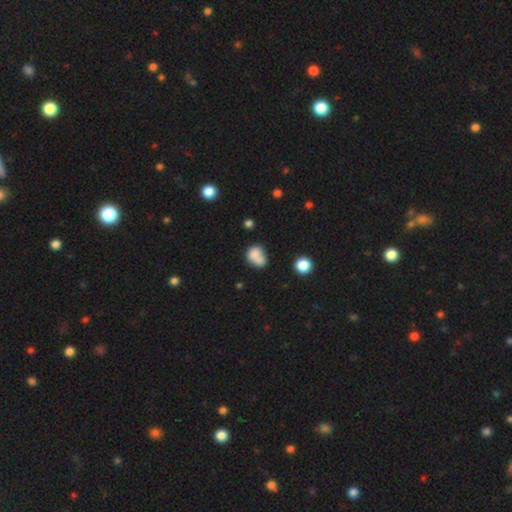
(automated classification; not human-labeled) This is likely a smooth galaxy (76%). How rounded: possibly round (50%). Merging: possibly merger (47%).